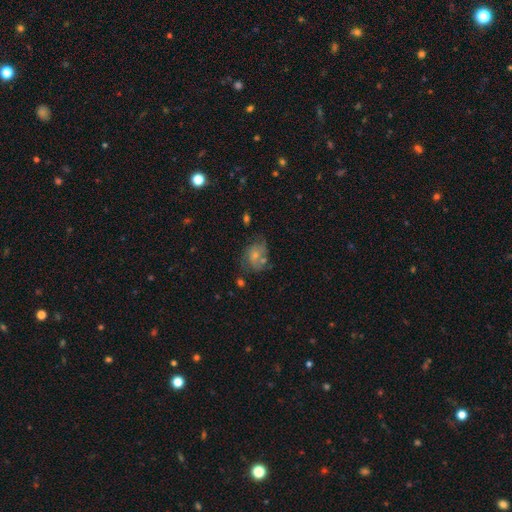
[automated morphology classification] Q: Smooth or featured?
A: smooth (49%); runner-up: featured or disk (41%)
Q: Merging?
A: none (42%); runner-up: minor disturbance (26%)